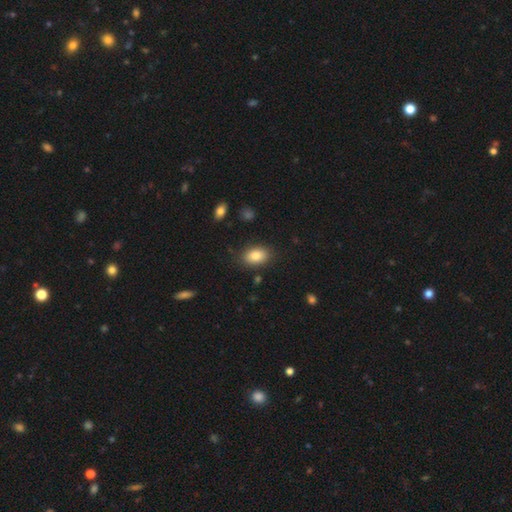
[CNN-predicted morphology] The model was most divided on "merging": none: 84%, minor disturbance: 11%, major disturbance: 3%, merger: 2%. More confident: how rounded — in between (88%); smooth or featured — smooth (83%).